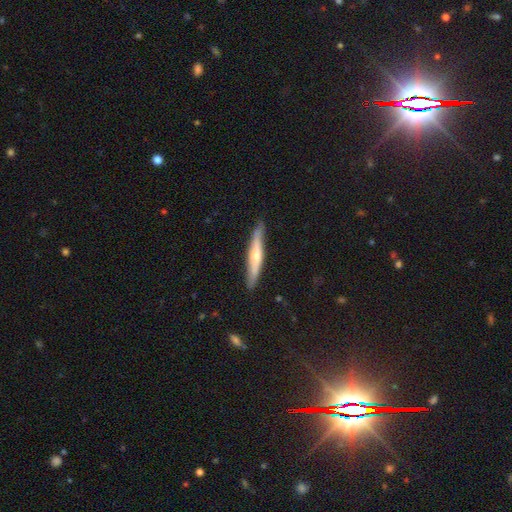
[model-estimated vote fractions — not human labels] A featured or disk galaxy (54%) viewed edge-on (90%).

Vote fractions:
- Smooth or featured? featured or disk: 54% / smooth: 41% / star or artifact: 6%
- Edge-on disk? yes: 90% / no: 10%
- Merging? none: 86% / minor disturbance: 11% / major disturbance: 2% / merger: 1%